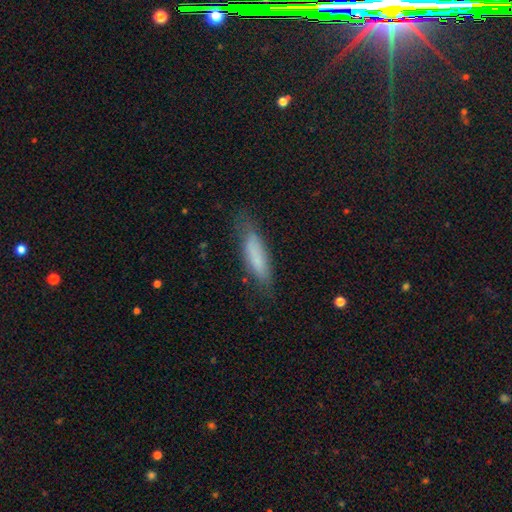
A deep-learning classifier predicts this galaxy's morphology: The model was most divided on "how rounded": cigar-shaped: 66%, in between: 32%, round: 2%. More confident: smooth or featured — smooth (76%); merging — none (72%).